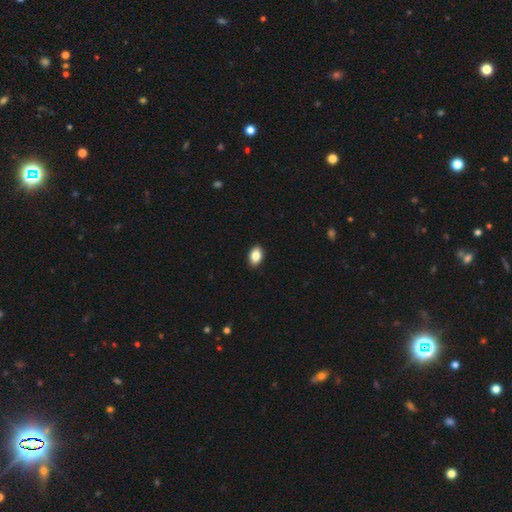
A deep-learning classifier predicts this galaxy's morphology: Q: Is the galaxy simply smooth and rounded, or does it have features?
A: smooth — 86%.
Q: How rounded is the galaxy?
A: in between — 88%.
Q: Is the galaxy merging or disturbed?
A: none — 90%.